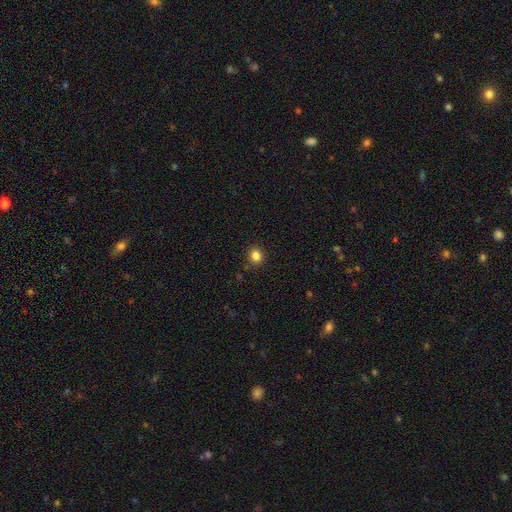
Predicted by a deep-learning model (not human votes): Morphology: type=smooth (84%); roundness=round (76%); merging=none (88%).